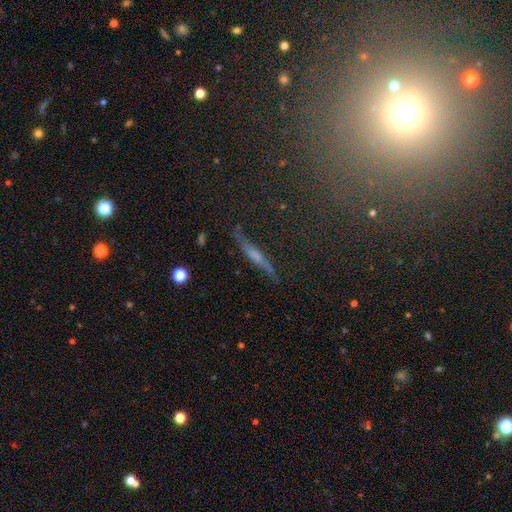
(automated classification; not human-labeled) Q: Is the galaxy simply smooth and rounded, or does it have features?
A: featured or disk — 55%.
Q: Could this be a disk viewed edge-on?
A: yes — 82%.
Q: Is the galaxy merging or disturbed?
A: none — 74%.